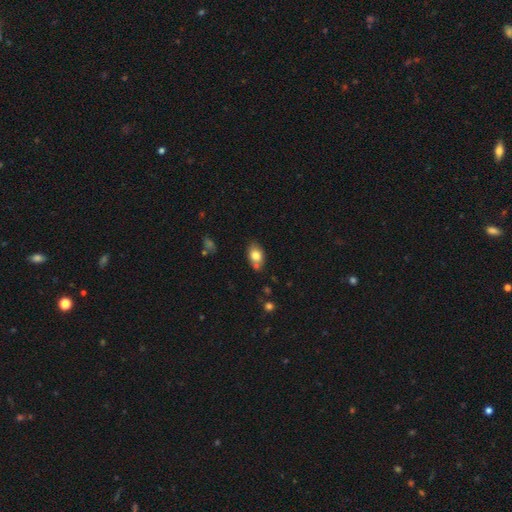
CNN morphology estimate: Smooth or featured? Predicted: smooth (p=0.78). How rounded? Predicted: in between (p=0.83). Merging? Predicted: none (p=0.67).